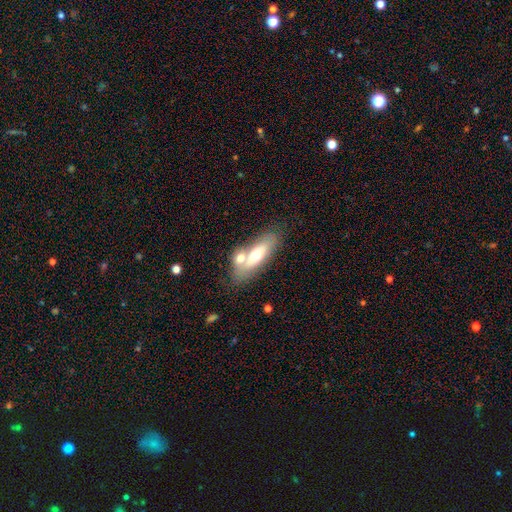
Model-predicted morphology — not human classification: A smooth galaxy with no disk features (56%) that is in between round and cigar-shaped (62%). Merging: none (48%).